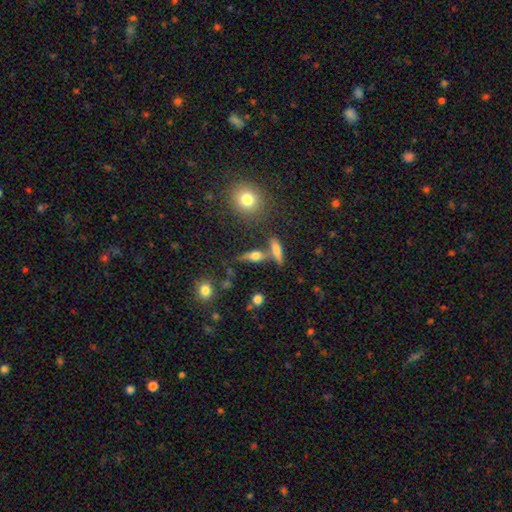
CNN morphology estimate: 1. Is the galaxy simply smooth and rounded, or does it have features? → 46% featured or disk, 41% smooth, 13% star or artifact.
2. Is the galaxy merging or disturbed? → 65% none, 18% merger, 12% minor disturbance, 5% major disturbance.